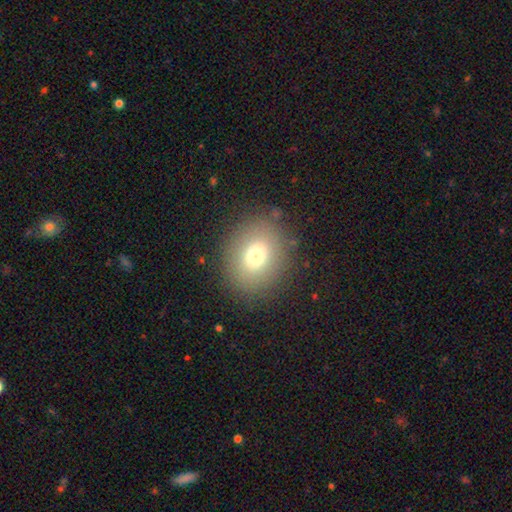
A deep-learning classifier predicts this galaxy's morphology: Smooth or featured? Predicted: smooth (p=0.74). How rounded? Predicted: round (p=0.62). Merging? Predicted: none (p=0.86).